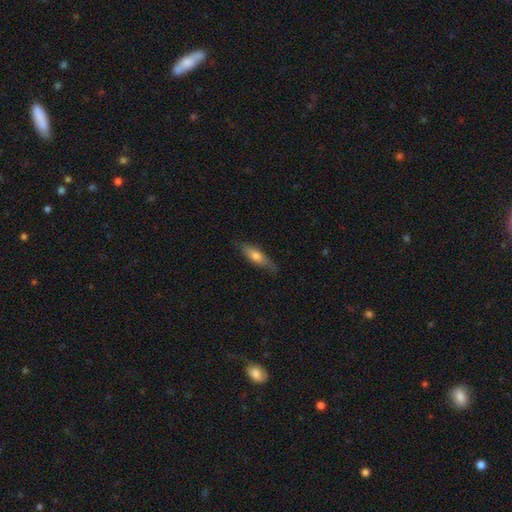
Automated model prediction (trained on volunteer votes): smooth 65%, featured or disk 29%, star or artifact 6%. Down the decision tree: how rounded — cigar-shaped (59%); merging — none (76%).